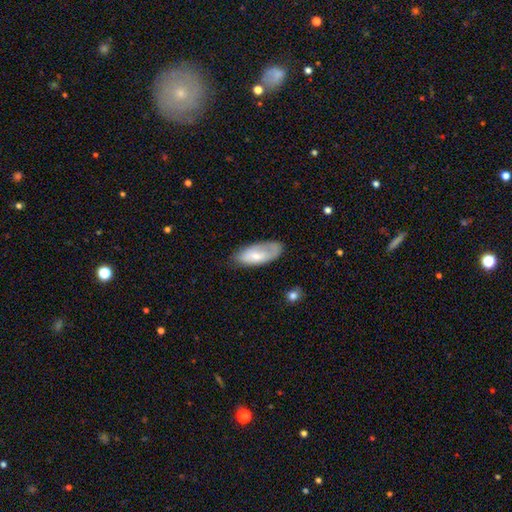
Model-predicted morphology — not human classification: Smooth or featured: smooth — 65% (featured or disk — 29%)
How rounded: in between — 86% (cigar-shaped — 12%)
Merging: none — 59% (minor disturbance — 29%)